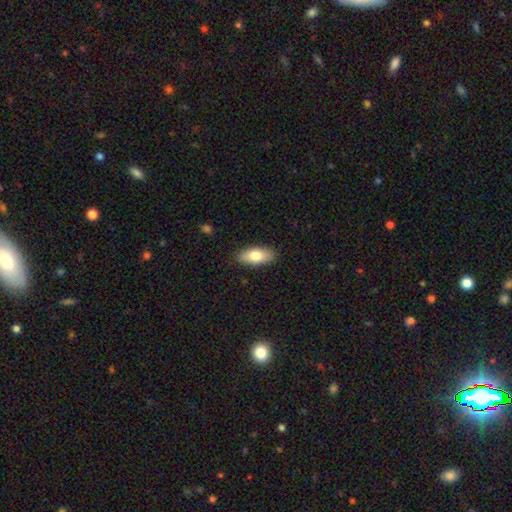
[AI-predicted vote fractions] Smooth or featured? smooth (77%)
How rounded? in between (84%)
Merging? none (89%)